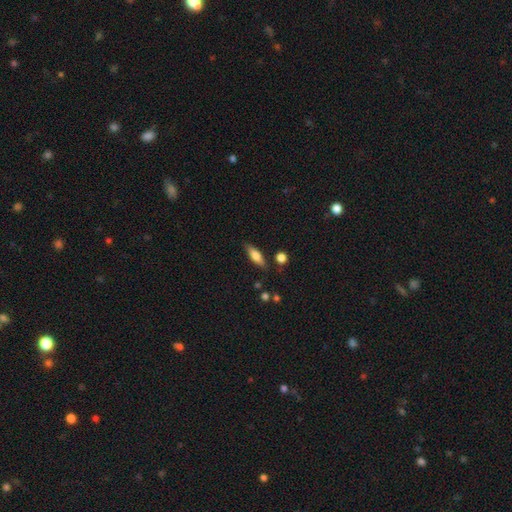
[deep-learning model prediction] Smooth or featured: smooth — 67% (featured or disk — 26%)
How rounded: in between — 51% (cigar-shaped — 46%)
Merging: none — 82% (minor disturbance — 12%)